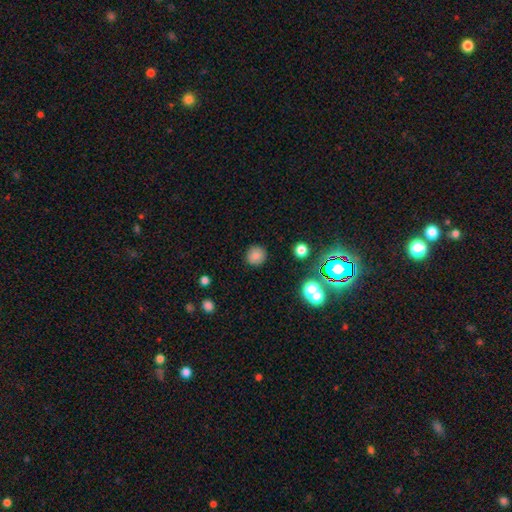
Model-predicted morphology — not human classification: Smooth or featured: smooth — 82% (star or artifact — 13%)
How rounded: round — 92% (in between — 7%)
Merging: none — 89% (minor disturbance — 7%)